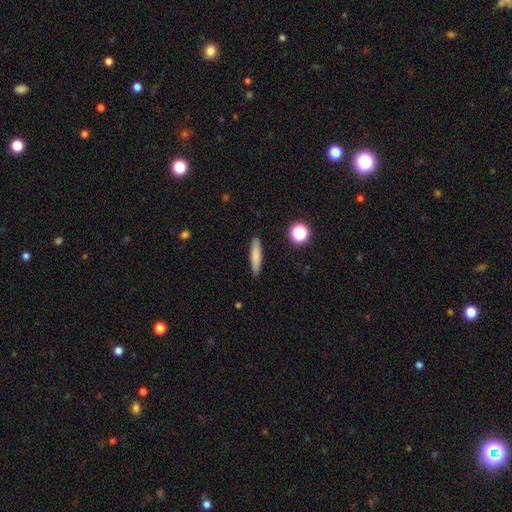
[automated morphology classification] smooth-or-featured: smooth: 79% | featured or disk: 14% | star or artifact: 8%
  how-rounded: cigar-shaped: 84% | in between: 13% | round: 2%
  merging: none: 89% | minor disturbance: 8% | major disturbance: 2% | merger: 1%